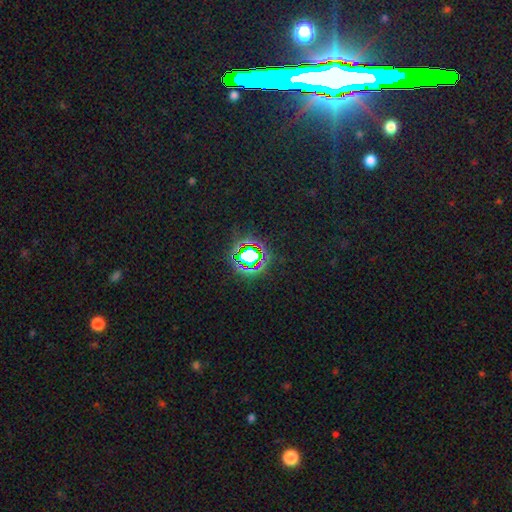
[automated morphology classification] This appears to be a star or artifact, not a galaxy (77%).